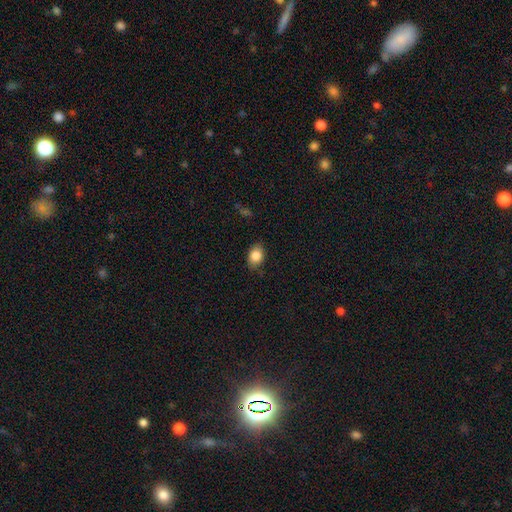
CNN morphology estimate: Smooth or featured? Predicted: smooth (p=0.84). How rounded? Predicted: in between (p=0.72). Merging? Predicted: none (p=0.81).